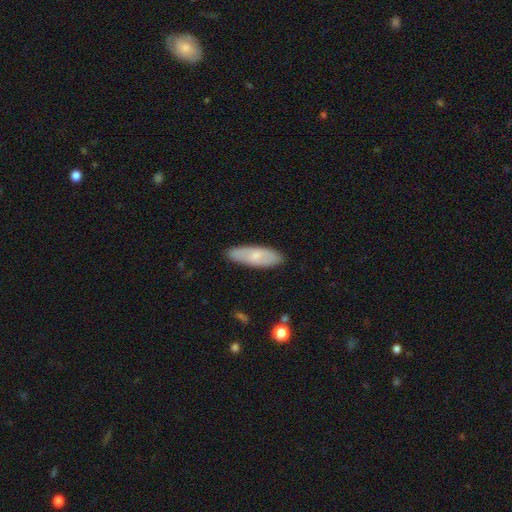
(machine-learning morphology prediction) Smooth or featured? Predicted: smooth (p=0.65). How rounded? Predicted: in between (p=0.61). Merging? Predicted: none (p=0.86).